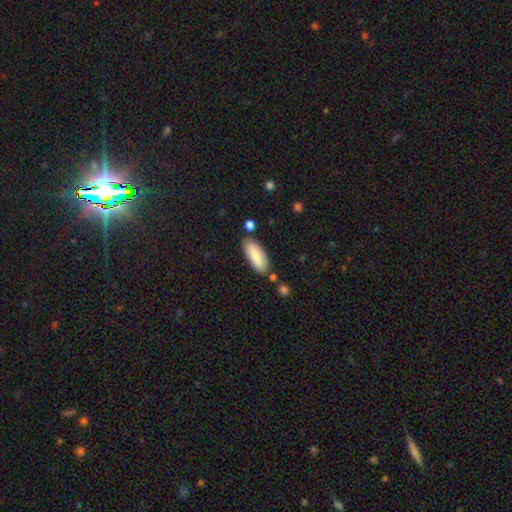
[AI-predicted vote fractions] The model was most divided on "how rounded": in between: 74%, cigar-shaped: 24%, round: 2%. More confident: smooth or featured — smooth (83%); merging — none (80%).